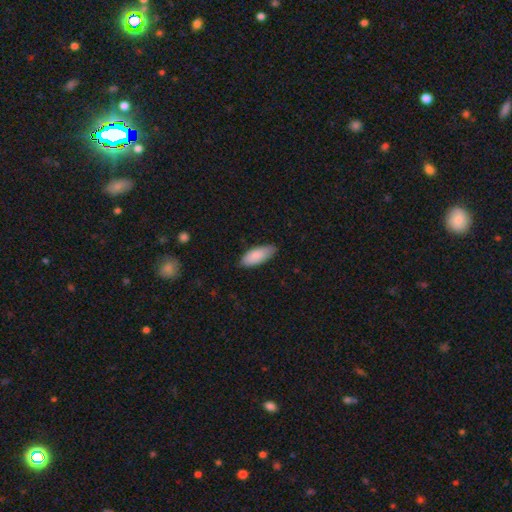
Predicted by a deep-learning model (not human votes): This appears to be a smooth galaxy with no disk features (87%) that is in between round and cigar-shaped (84%). Merging: none (78%).